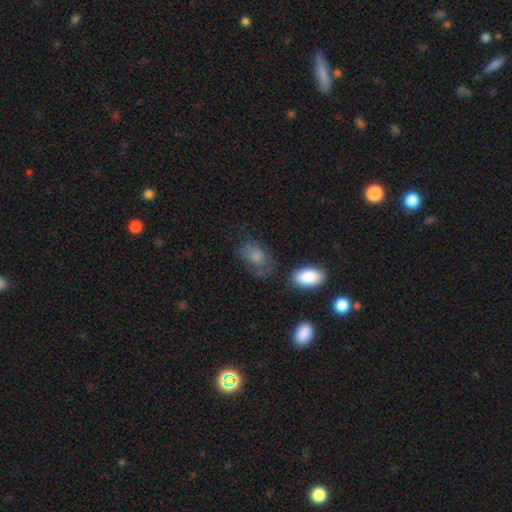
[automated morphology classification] A smooth galaxy with no disk features (71%) that is in between round and cigar-shaped (83%). Merging: none (55%).